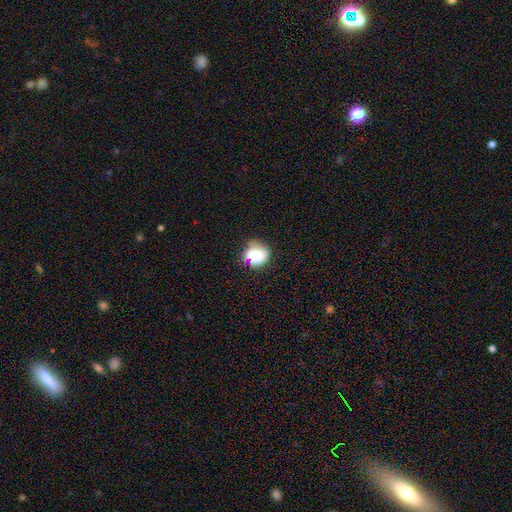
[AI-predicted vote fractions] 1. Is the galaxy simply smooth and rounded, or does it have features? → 75% smooth, 14% featured or disk, 11% star or artifact.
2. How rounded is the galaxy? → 79% round, 20% in between, 1% cigar-shaped.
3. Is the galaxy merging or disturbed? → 61% none, 27% minor disturbance, 8% major disturbance, 3% merger.